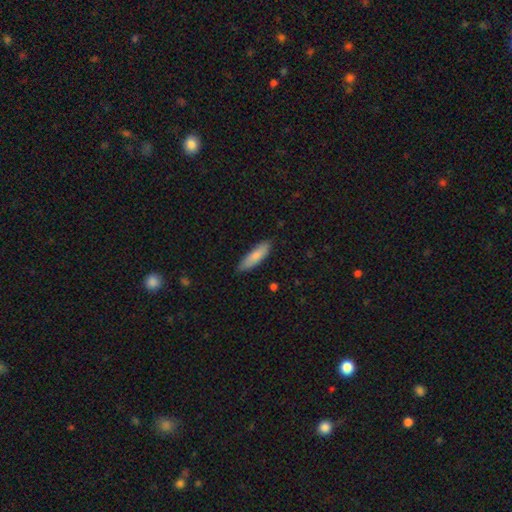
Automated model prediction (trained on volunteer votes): smooth 82%, featured or disk 13%, star or artifact 6%. Down the decision tree: how rounded — cigar-shaped (60%); merging — none (83%).